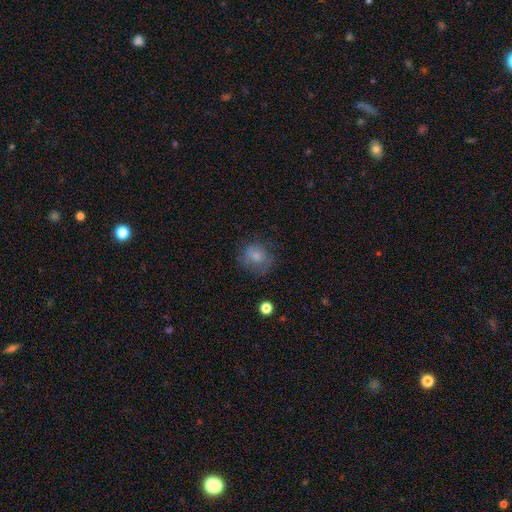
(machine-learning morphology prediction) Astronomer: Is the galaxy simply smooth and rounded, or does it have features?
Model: smooth — 73%.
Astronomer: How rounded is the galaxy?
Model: round — 71%.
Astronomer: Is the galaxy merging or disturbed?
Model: none — 62%.